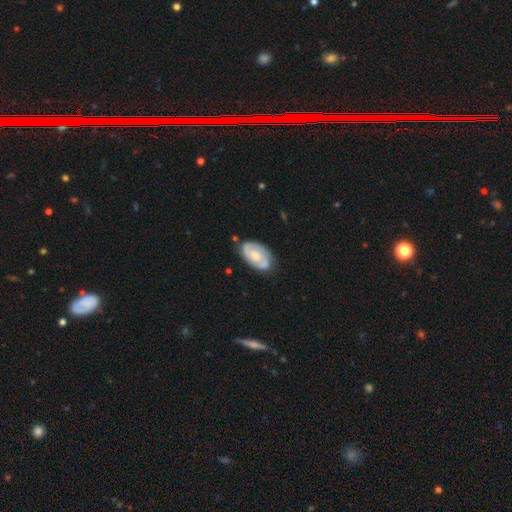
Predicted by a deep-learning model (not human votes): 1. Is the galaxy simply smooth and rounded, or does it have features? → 65% featured or disk, 29% smooth, 5% star or artifact.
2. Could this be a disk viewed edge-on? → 96% no, 4% yes.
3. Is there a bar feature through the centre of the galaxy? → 57% no, 36% weak, 7% strong.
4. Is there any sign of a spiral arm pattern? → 85% yes, 15% no.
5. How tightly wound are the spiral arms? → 47% tight, 39% medium, 14% loose.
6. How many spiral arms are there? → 74% 2, 15% can't tell, 6% 1, 2% 3, 1% 4, 1% more than 4.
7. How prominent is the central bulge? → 44% moderate, 35% small, 10% none, 8% large, 2% dominant.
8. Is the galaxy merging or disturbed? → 75% none, 18% minor disturbance, 4% major disturbance, 3% merger.